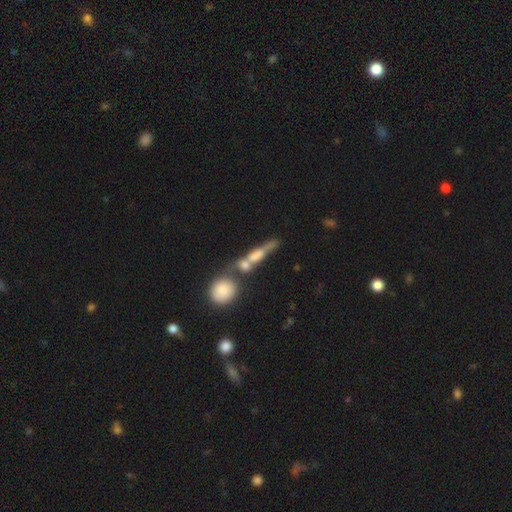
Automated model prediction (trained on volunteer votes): smooth-or-featured: featured or disk: 45% | smooth: 43% | star or artifact: 12%
  merging: merger: 49% | none: 30% | minor disturbance: 11% | major disturbance: 10%